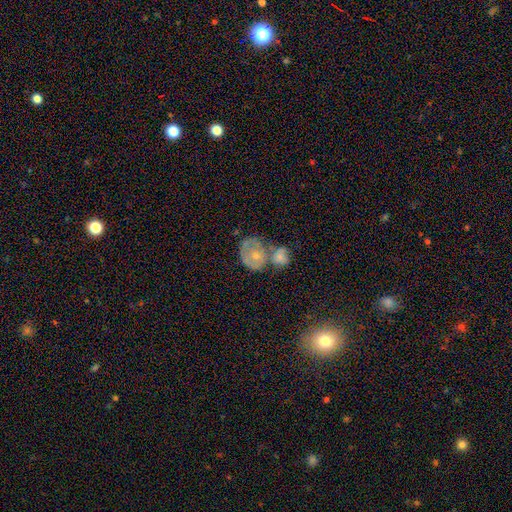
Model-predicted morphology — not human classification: smooth-or-featured: featured or disk: 47% | smooth: 44% | star or artifact: 8%
  merging: merger: 47% | none: 28% | minor disturbance: 15% | major disturbance: 10%